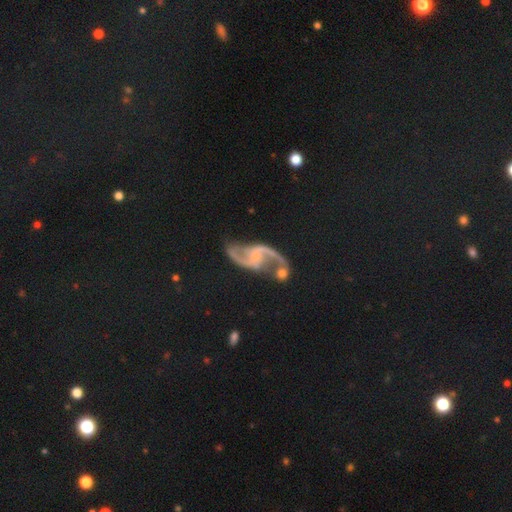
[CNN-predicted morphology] smooth_or_featured: featured or disk (p=0.91) [alt: star or artifact p=0.05]
disk_edge_on: no (p=0.97) [alt: yes p=0.03]
bar: no (p=0.44) [alt: weak p=0.41]
has_spiral_arms: yes (p=0.97) [alt: no p=0.03]
spiral_winding: loose (p=0.70) [alt: medium p=0.25]
spiral_arm_count: 2 (p=0.94) [alt: 1 p=0.02]
bulge_size: small (p=0.45) [alt: none p=0.41]
merging: none (p=0.58) [alt: minor disturbance p=0.18]